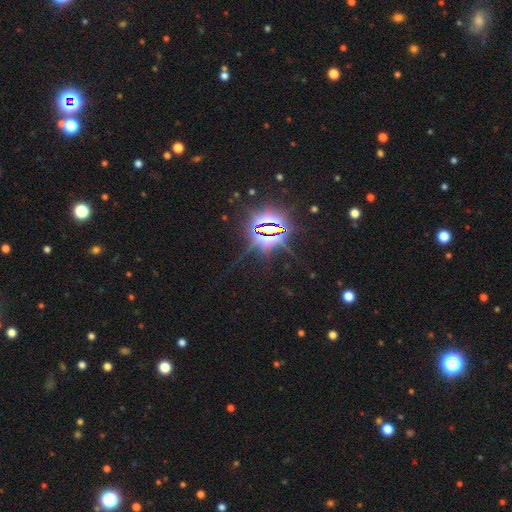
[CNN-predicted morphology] This is clearly a star or artifact rather than a galaxy (82%).